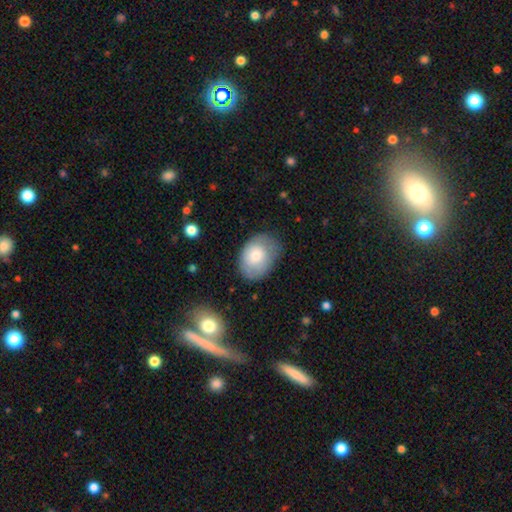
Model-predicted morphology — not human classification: Q: Smooth or featured?
A: smooth (72%); runner-up: featured or disk (20%)
Q: How rounded?
A: in between (74%); runner-up: round (25%)
Q: Merging?
A: none (66%); runner-up: minor disturbance (25%)